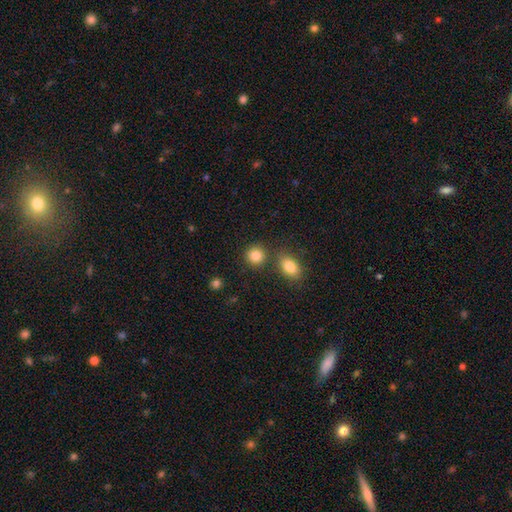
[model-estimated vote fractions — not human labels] smooth-or-featured: smooth: 85% | star or artifact: 10% | featured or disk: 5%
  how-rounded: round: 85% | in between: 14% | cigar-shaped: 1%
  merging: none: 77% | merger: 12% | minor disturbance: 8% | major disturbance: 3%